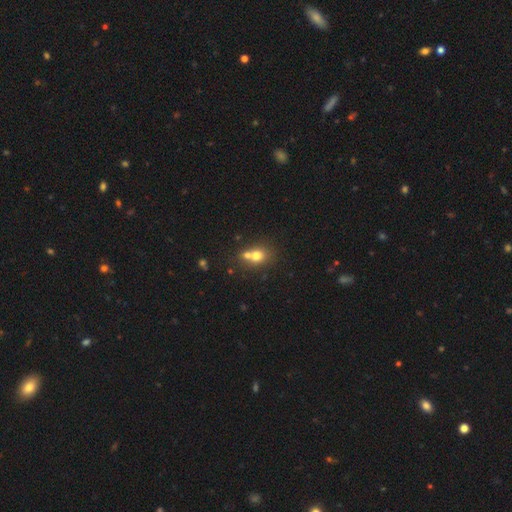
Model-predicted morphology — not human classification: This is likely a smooth galaxy (71%). How rounded: likely round (67%). Merging: possibly merger (52%).